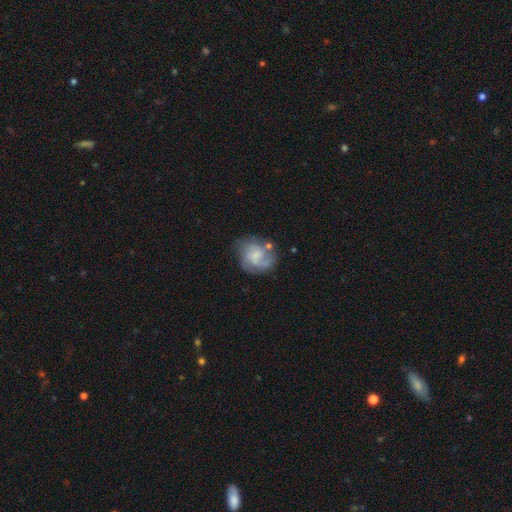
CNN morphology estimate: type=featured or disk (64%); edge-on=no (98%); bar=no (60%); spiral arms=yes (86%); winding=medium (46%); arm count=2 (34%); bulge=small (44%); merging=none (55%).